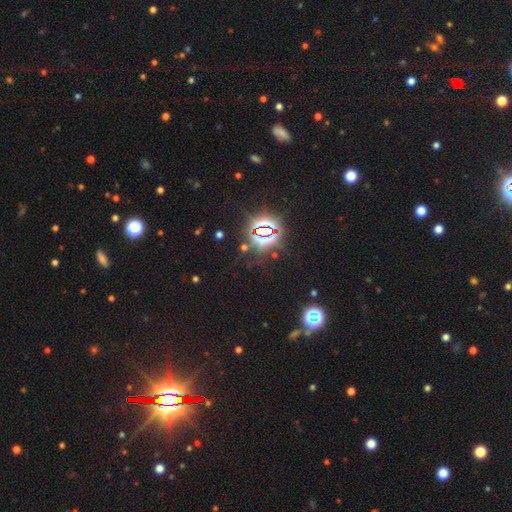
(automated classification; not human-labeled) Smooth or featured? star or artifact (84%)